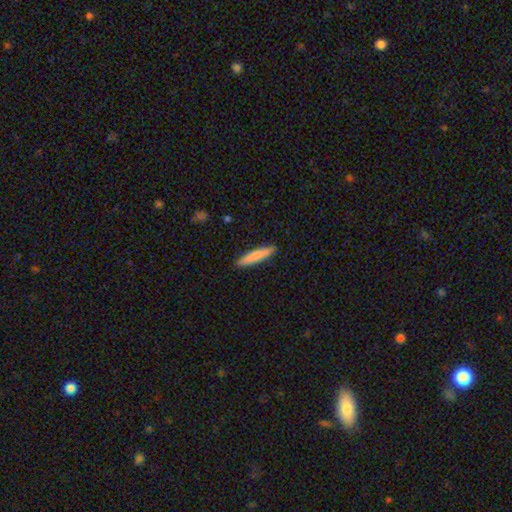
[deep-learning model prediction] Q: Smooth or featured?
A: smooth (80%); runner-up: featured or disk (14%)
Q: How rounded?
A: cigar-shaped (89%); runner-up: in between (10%)
Q: Merging?
A: none (90%); runner-up: minor disturbance (8%)